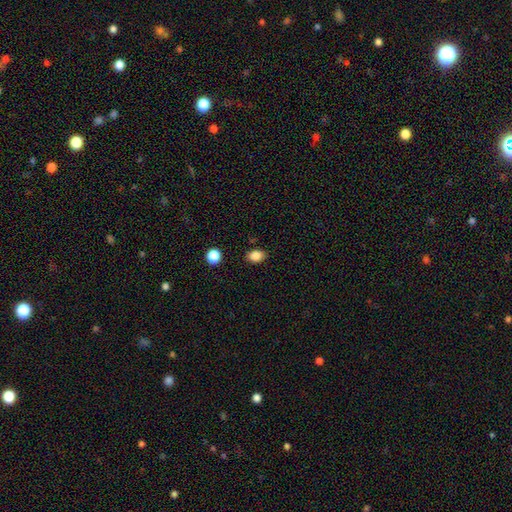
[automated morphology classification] A smooth galaxy with no disk features (85%) that is in between round and cigar-shaped (75%).

Vote fractions:
- Smooth or featured? smooth: 85% / star or artifact: 10% / featured or disk: 5%
- How rounded? in between: 75% / round: 24% / cigar-shaped: 1%
- Merging? none: 85% / minor disturbance: 10% / major disturbance: 2% / merger: 2%